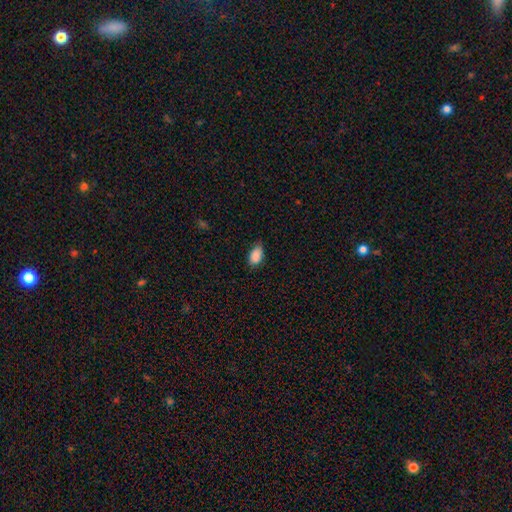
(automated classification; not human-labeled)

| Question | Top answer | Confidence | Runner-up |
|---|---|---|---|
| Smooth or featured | smooth | 89% | star or artifact (7%) |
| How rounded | in between | 92% | round (6%) |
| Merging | none | 68% | minor disturbance (27%) |